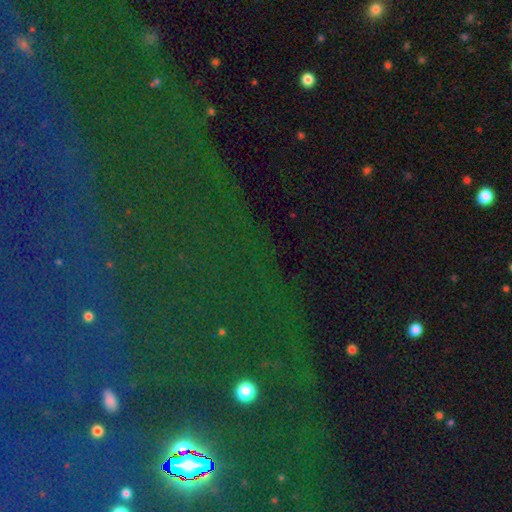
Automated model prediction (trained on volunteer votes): A star or artifact, not a galaxy (82%).

Vote fractions:
- Smooth or featured? star or artifact: 82% / smooth: 9% / featured or disk: 9%